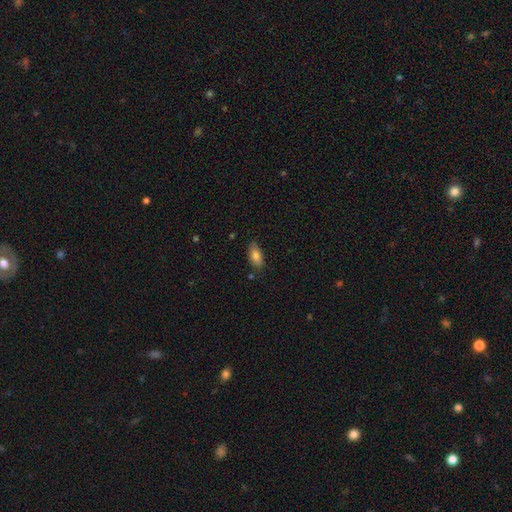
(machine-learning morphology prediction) Smooth or featured?
  - smooth: 83% *
  - featured or disk: 10%
  - star or artifact: 8%
How rounded?
  - in between: 89% *
  - cigar-shaped: 8%
  - round: 3%
Merging?
  - none: 78% *
  - minor disturbance: 16%
  - major disturbance: 3%
  - merger: 2%